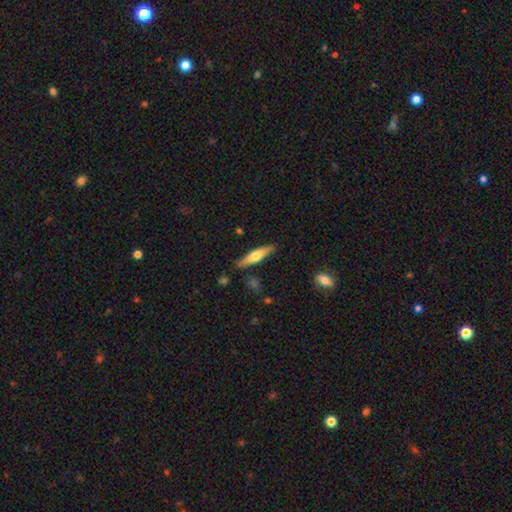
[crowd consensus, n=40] Q: Smooth or featured?
A: featured or disk (68%); runner-up: smooth (25%)
Q: Edge-on disk?
A: yes (96%); runner-up: no (4%)
Q: Edge-on bulge?
A: rounded (77%); runner-up: boxy (19%)
Q: Merging?
A: none (81%); runner-up: minor disturbance (11%)